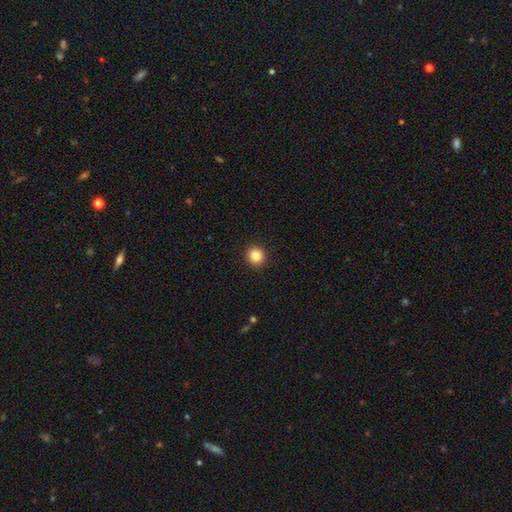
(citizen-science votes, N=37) A smooth galaxy with no disk features (95%) that is round (94%). Merging: none (97%).